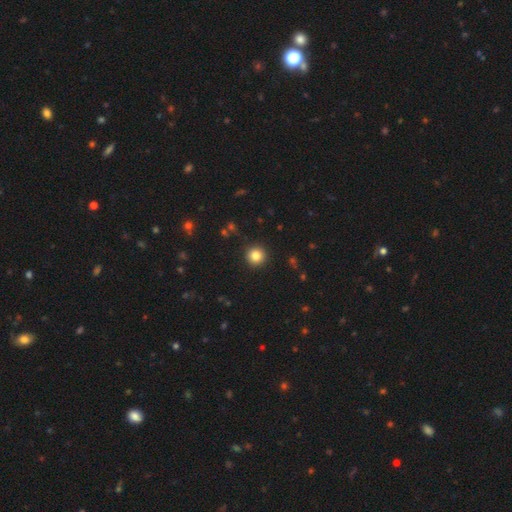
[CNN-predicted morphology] Smooth or featured: smooth — 83% (star or artifact — 11%)
How rounded: round — 95% (in between — 4%)
Merging: none — 91% (minor disturbance — 5%)